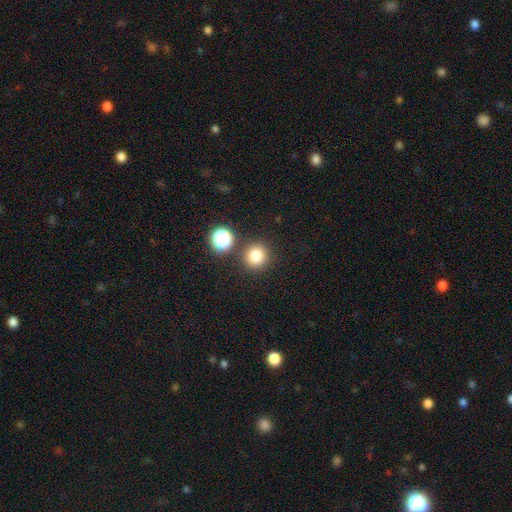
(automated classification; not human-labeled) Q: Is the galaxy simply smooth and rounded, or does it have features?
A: smooth — 80%.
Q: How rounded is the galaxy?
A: round — 92%.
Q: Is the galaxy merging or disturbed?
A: none — 84%.